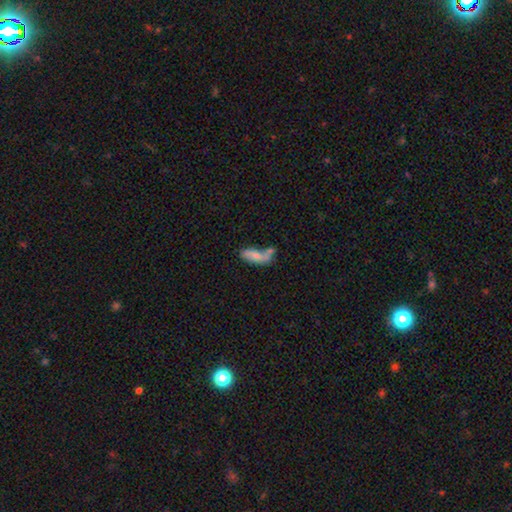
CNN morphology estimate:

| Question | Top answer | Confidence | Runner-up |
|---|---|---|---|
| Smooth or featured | smooth | 66% | featured or disk (26%) |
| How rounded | in between | 75% | cigar-shaped (23%) |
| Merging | none | 33% | tied: merger (33%) |